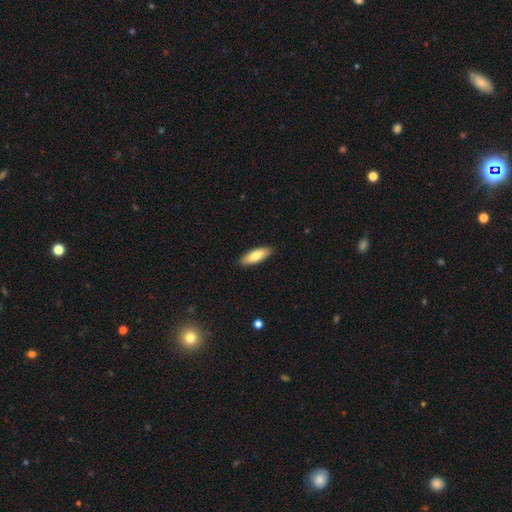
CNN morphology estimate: smooth-or-featured: smooth: 78% | featured or disk: 16% | star or artifact: 5%
  how-rounded: in between: 56% | cigar-shaped: 43% | round: 2%
  merging: none: 90% | minor disturbance: 8% | major disturbance: 2% | merger: 1%